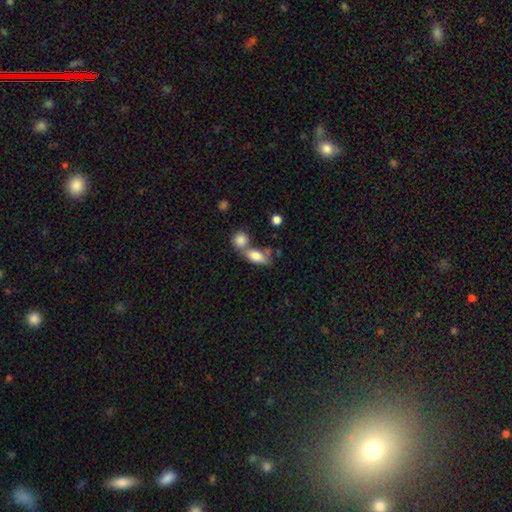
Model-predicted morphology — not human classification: smooth-or-featured: smooth: 79% | featured or disk: 13% | star or artifact: 7%
  how-rounded: in between: 83% | cigar-shaped: 9% | round: 8%
  merging: merger: 53% | none: 32% | minor disturbance: 10% | major disturbance: 5%